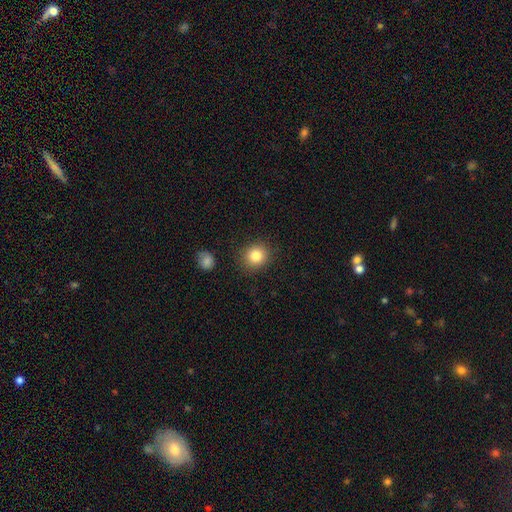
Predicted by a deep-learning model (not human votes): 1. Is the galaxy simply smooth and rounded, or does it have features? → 84% smooth, 10% star or artifact, 6% featured or disk.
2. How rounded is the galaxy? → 83% round, 16% in between, 1% cigar-shaped.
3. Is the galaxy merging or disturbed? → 87% none, 8% minor disturbance, 3% major disturbance, 2% merger.